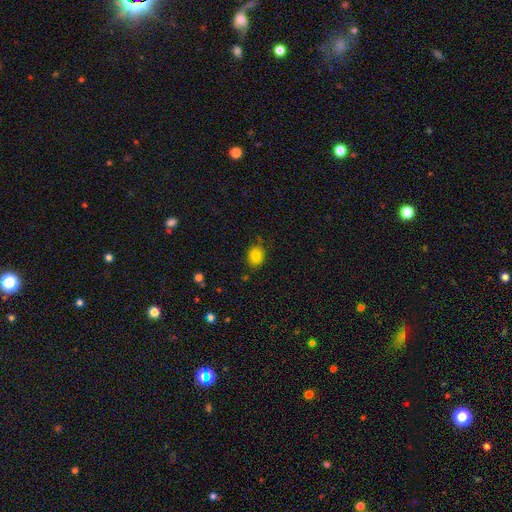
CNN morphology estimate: smooth 85%, star or artifact 10%, featured or disk 5%. Down the decision tree: how rounded — round (53%); merging — none (81%).